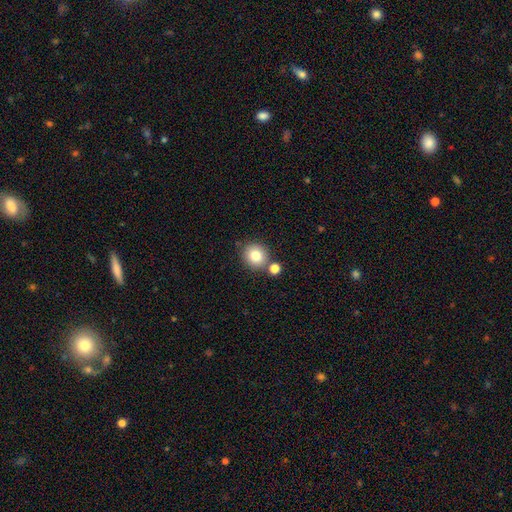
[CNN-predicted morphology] Smooth or featured: smooth — 81% (star or artifact — 10%)
How rounded: round — 86% (in between — 13%)
Merging: none — 72% (merger — 16%)